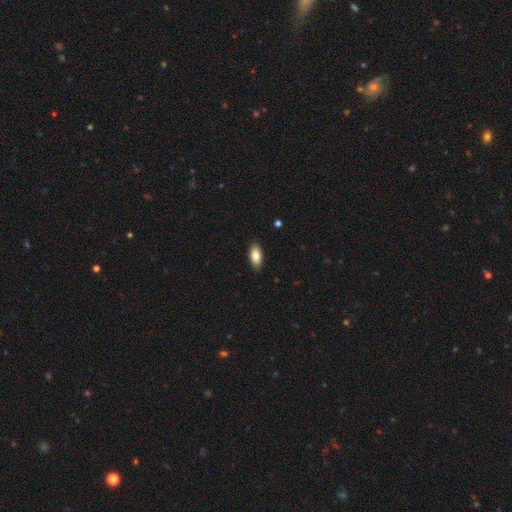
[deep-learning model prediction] Smooth or featured: smooth — 84% (featured or disk — 10%)
How rounded: in between — 88% (cigar-shaped — 9%)
Merging: none — 89% (minor disturbance — 8%)